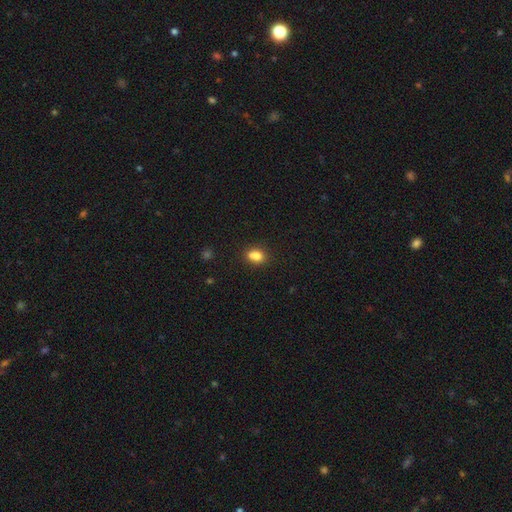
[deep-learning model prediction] Smooth or featured? smooth (78%)
How rounded? in between (55%)
Merging? none (48%)